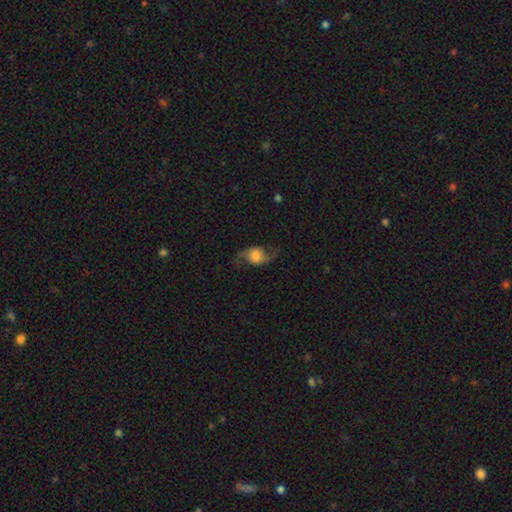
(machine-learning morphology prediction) This is likely a featured or disk galaxy (61%). It is clearly not viewed edge-on (92%). Bar: likely no (63%). Spiral arm pattern: clearly yes (88%). Central bulge: marginally large (35%). Merging: likely none (69%).